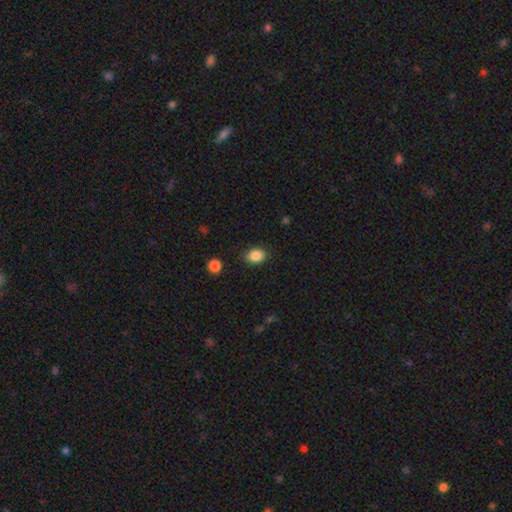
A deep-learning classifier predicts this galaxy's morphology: Smooth or featured? Predicted: smooth (p=0.86). How rounded? Predicted: in between (p=0.72). Merging? Predicted: none (p=0.86).